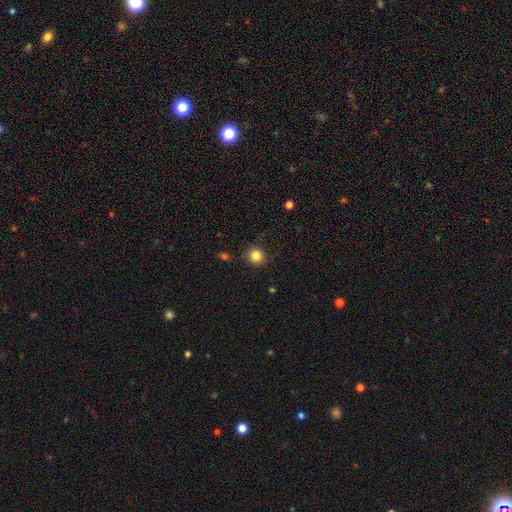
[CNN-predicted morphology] smooth 84%, star or artifact 11%, featured or disk 5%. Down the decision tree: how rounded — round (89%); merging — none (87%).